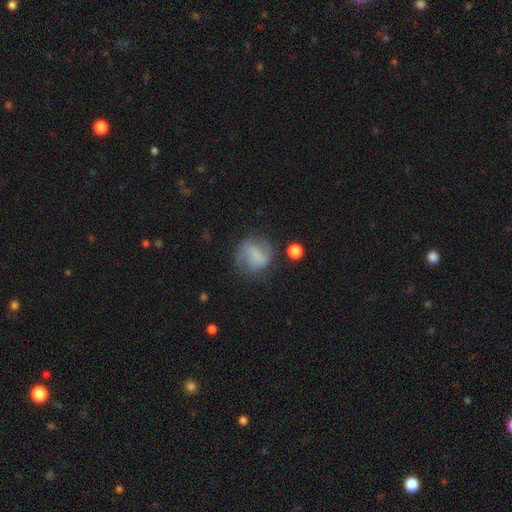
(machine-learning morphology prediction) This appears to be a featured or disk galaxy (46%). Merging: none (60%).